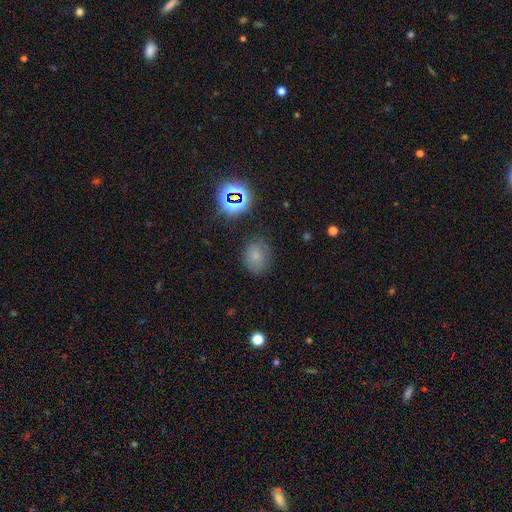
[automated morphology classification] type=smooth (69%); roundness=round (50%); merging=none (78%).